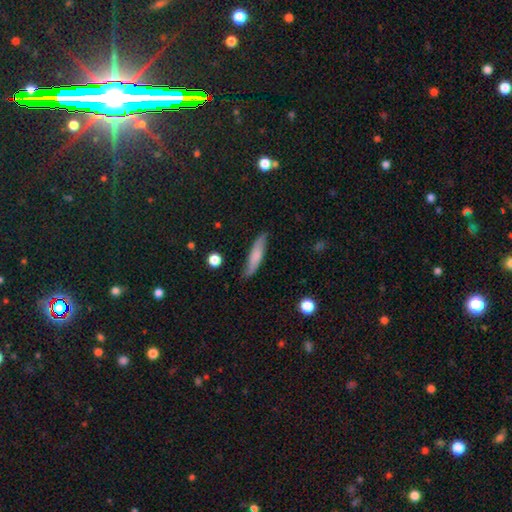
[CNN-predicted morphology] Overall: smooth (66%; featured or disk 27%). How rounded: cigar-shaped (78%). Merging: none (79%).